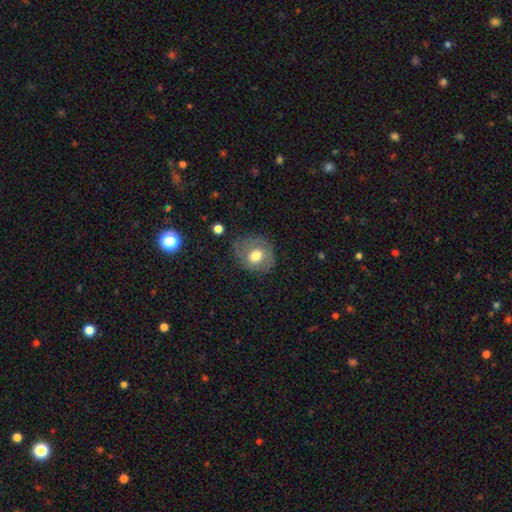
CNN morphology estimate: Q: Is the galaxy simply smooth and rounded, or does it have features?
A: smooth — 56%.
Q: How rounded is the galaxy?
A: round — 67%.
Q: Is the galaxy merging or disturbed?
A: none — 61%.